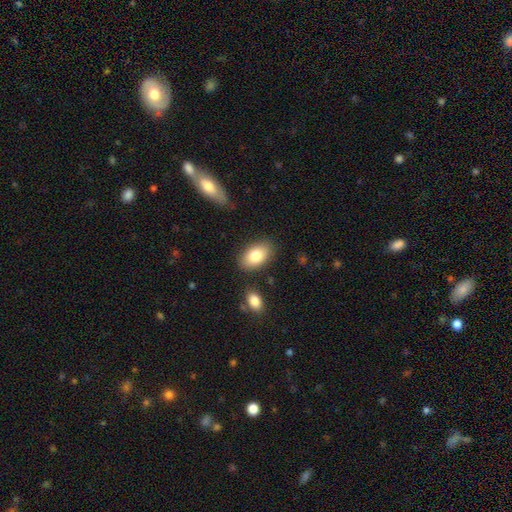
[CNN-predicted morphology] type=smooth (81%); roundness=in between (92%); merging=none (83%).